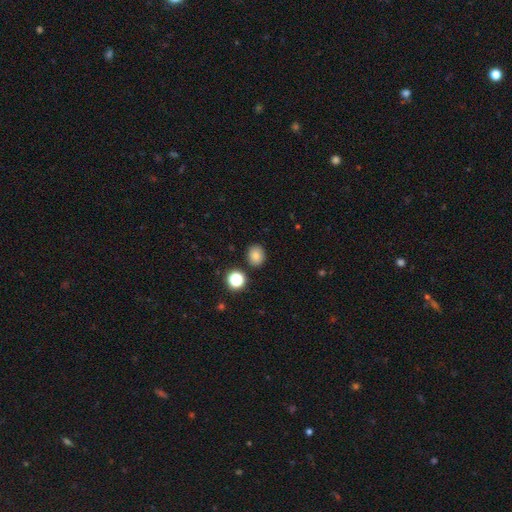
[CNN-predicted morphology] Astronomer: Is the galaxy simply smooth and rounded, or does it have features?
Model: smooth — 80%.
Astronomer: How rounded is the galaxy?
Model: round — 62% (runner-up: in between, 37%).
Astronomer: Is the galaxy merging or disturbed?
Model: none — 87%.